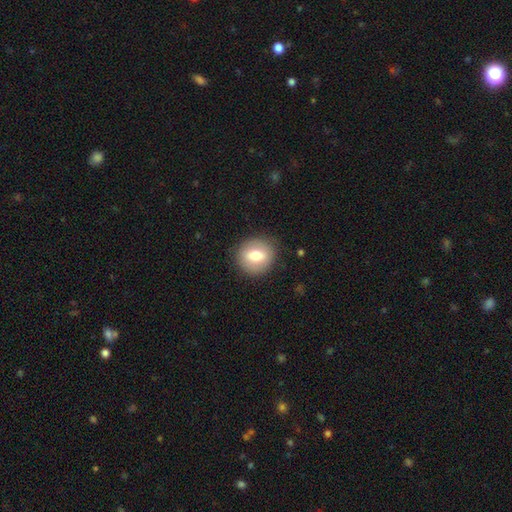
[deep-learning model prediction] The model was most divided on "smooth or featured": smooth: 69%, featured or disk: 23%, star or artifact: 8%. More confident: merging — none (87%); how rounded — round (82%).